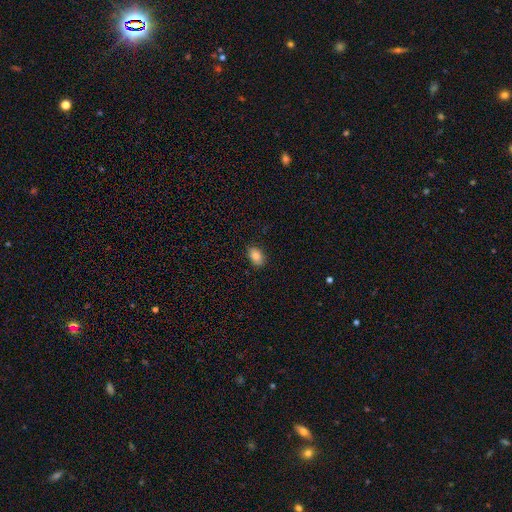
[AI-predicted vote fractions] smooth 84%, star or artifact 8%, featured or disk 8%. Down the decision tree: how rounded — in between (83%); merging — none (86%).